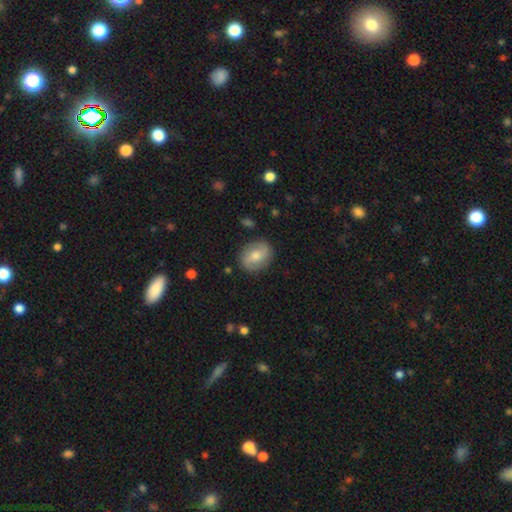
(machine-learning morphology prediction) Smooth or featured? smooth (57%)
How rounded? round (52%)
Merging? none (84%)